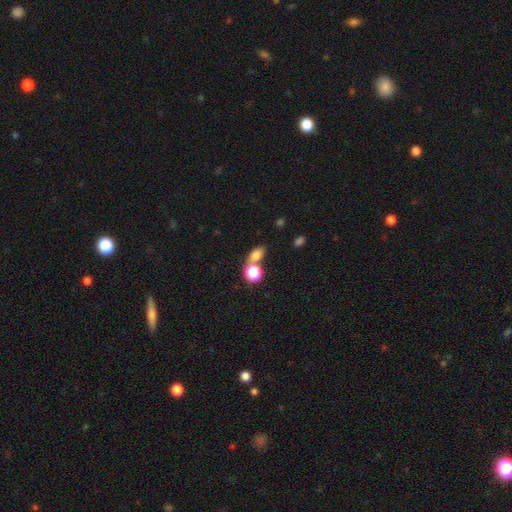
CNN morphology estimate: Overall: smooth (75%). How rounded: in between (70%). Merging: none (52%; merger 33%).